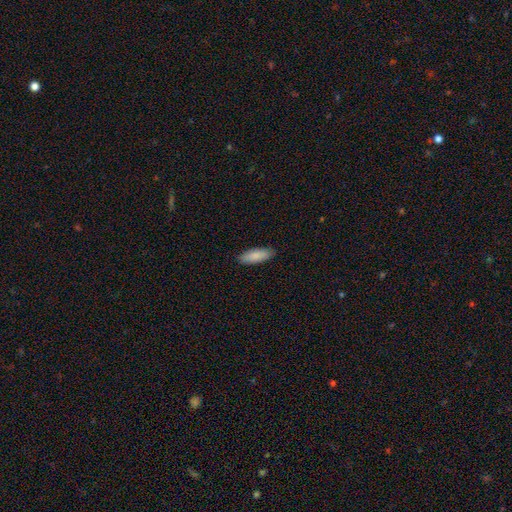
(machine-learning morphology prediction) Smooth or featured? smooth (87%)
How rounded? in between (65%)
Merging? none (88%)